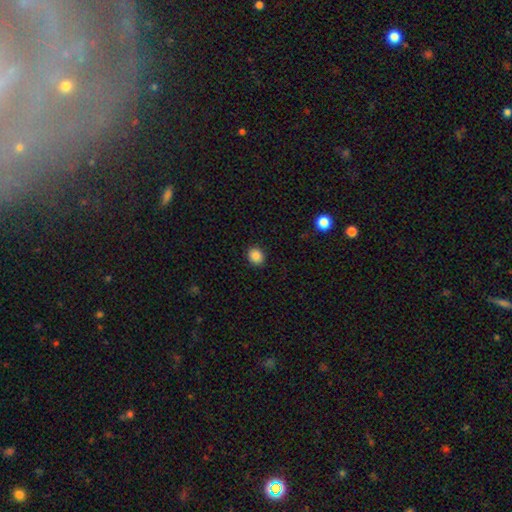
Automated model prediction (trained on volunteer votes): Smooth or featured: smooth — 86% (star or artifact — 10%)
How rounded: round — 67% (in between — 32%)
Merging: none — 91% (minor disturbance — 7%)